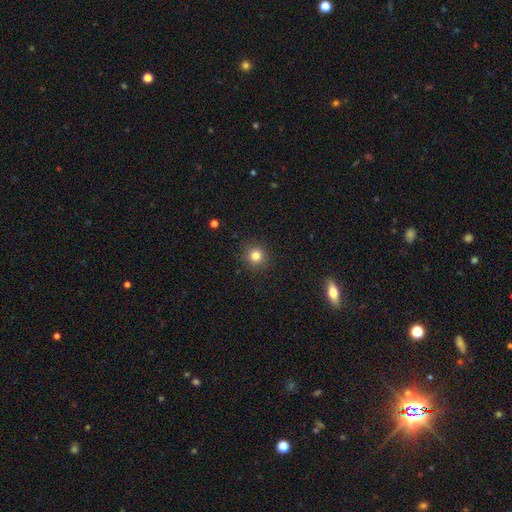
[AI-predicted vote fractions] Overall: smooth (82%). How rounded: round (92%). Merging: none (91%).